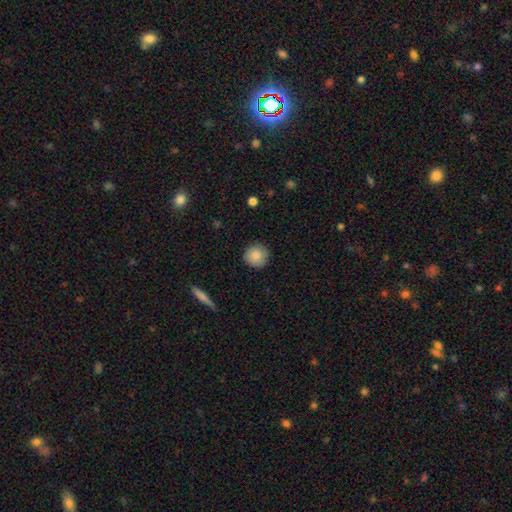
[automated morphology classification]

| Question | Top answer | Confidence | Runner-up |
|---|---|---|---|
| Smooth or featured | smooth | 87% | star or artifact (8%) |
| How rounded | round | 94% | in between (5%) |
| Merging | none | 90% | minor disturbance (7%) |